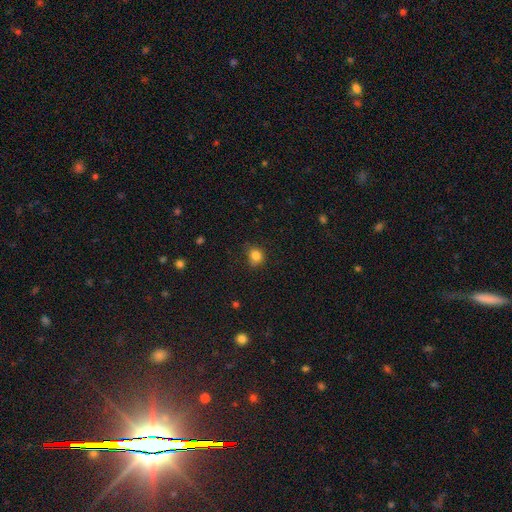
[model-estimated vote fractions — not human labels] Smooth or featured? smooth (83%)
How rounded? round (78%)
Merging? none (70%)